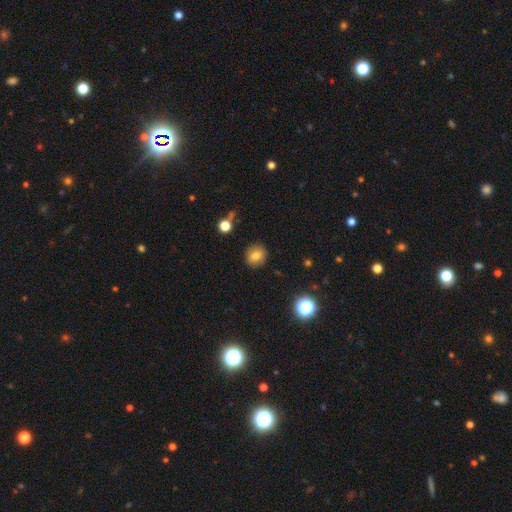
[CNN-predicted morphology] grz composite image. It shows a smooth galaxy with no disk features (79%) that is round (85%). Merging: none (88%).